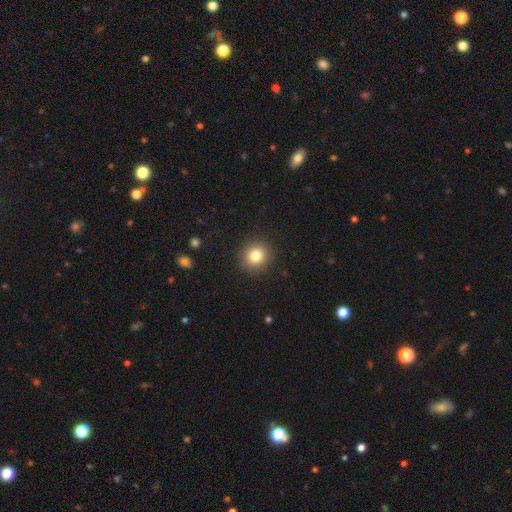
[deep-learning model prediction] A smooth galaxy with no disk features (82%) that is round (87%).

Vote fractions:
- Smooth or featured? smooth: 82% / star or artifact: 11% / featured or disk: 7%
- How rounded? round: 87% / in between: 12% / cigar-shaped: 1%
- Merging? none: 90% / minor disturbance: 7% / major disturbance: 2% / merger: 1%